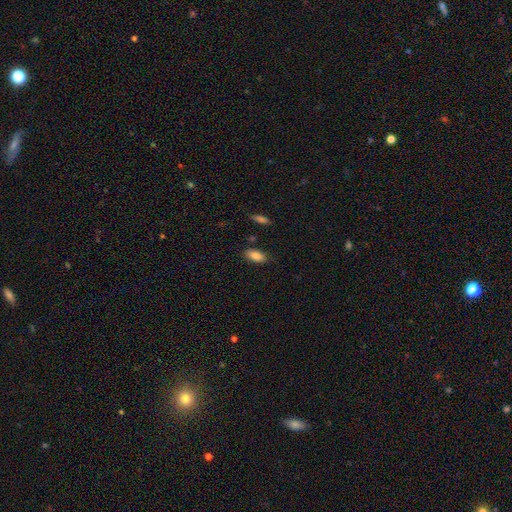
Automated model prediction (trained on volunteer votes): Overall: smooth (85%). How rounded: in between (88%). Merging: none (83%).